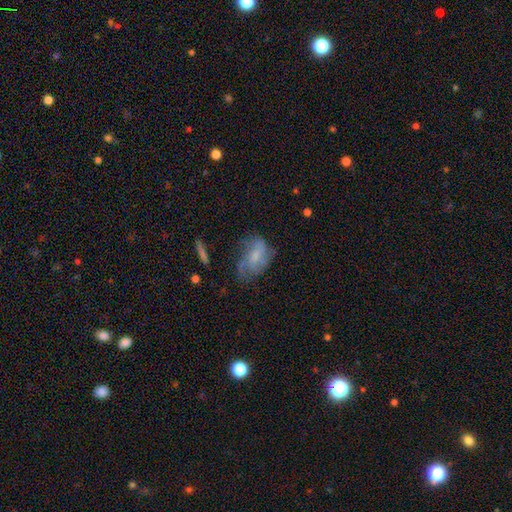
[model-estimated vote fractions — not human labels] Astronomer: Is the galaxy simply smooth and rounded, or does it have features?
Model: featured or disk — 51% (runner-up: smooth, 40%).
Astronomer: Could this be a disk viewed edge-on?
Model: no — 96%.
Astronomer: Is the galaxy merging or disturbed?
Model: none — 43% (runner-up: minor disturbance, 28%).